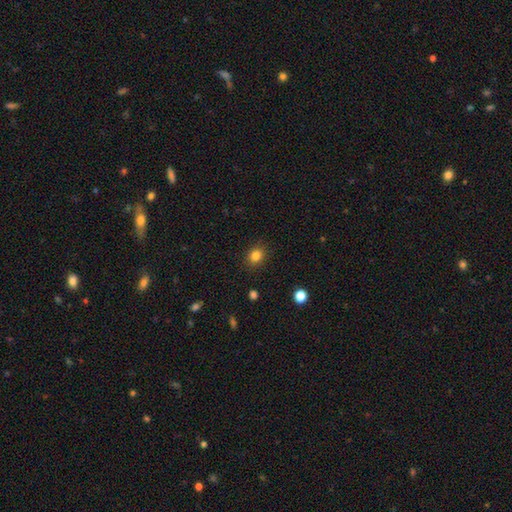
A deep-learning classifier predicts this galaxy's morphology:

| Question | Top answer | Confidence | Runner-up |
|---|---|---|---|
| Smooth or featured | smooth | 83% | star or artifact (12%) |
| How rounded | round | 65% | in between (34%) |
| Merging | none | 88% | minor disturbance (8%) |